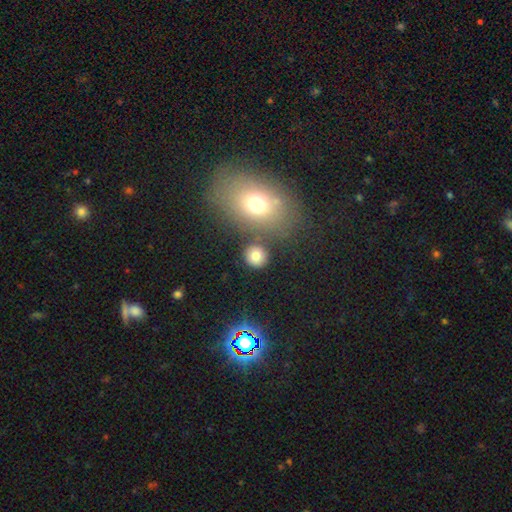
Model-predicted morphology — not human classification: The model was most divided on "smooth or featured": smooth: 79%, star or artifact: 13%, featured or disk: 9%. More confident: how rounded — round (86%); merging — none (81%).